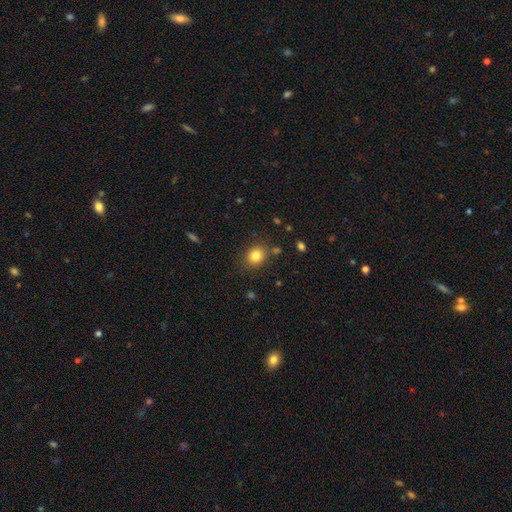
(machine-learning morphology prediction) A smooth galaxy with no disk features (82%) that is round (68%).

Vote fractions:
- Smooth or featured? smooth: 82% / star or artifact: 11% / featured or disk: 7%
- How rounded? round: 68% / in between: 31% / cigar-shaped: 1%
- Merging? none: 82% / minor disturbance: 11% / merger: 4% / major disturbance: 3%